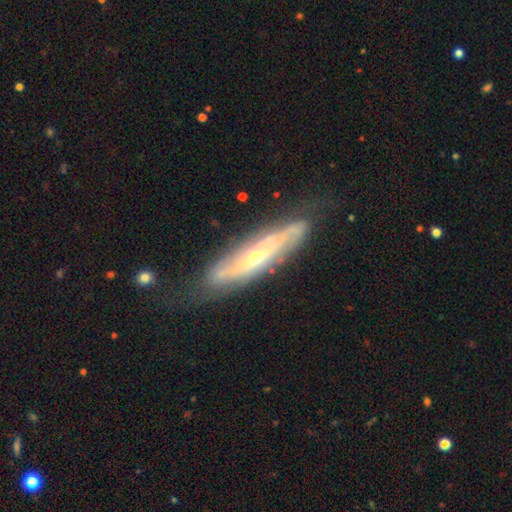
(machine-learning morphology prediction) Q: Smooth or featured?
A: featured or disk (76%); runner-up: smooth (18%)
Q: Edge-on disk?
A: no (57%); runner-up: yes (43%)
Q: Merging?
A: none (73%); runner-up: minor disturbance (19%)